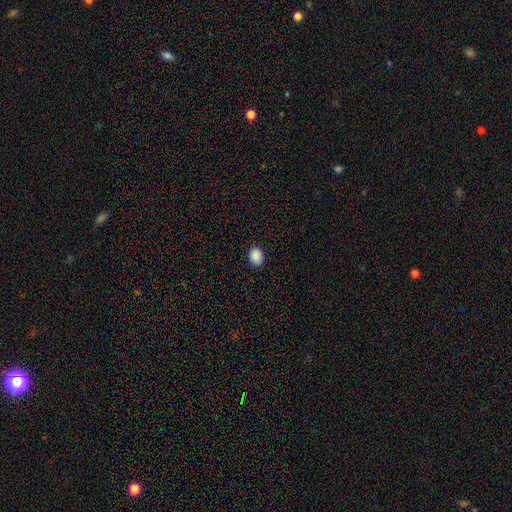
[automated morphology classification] type=smooth (88%); roundness=round (59%); merging=none (87%).